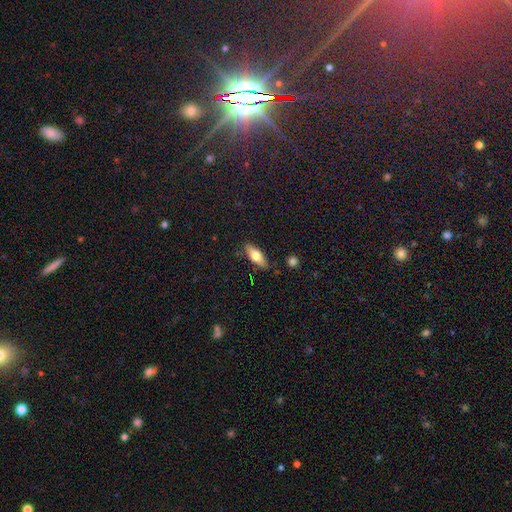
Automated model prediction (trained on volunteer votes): The model was most divided on "smooth or featured": smooth: 64%, featured or disk: 29%, star or artifact: 7%. More confident: merging — none (81%); how rounded — in between (69%).